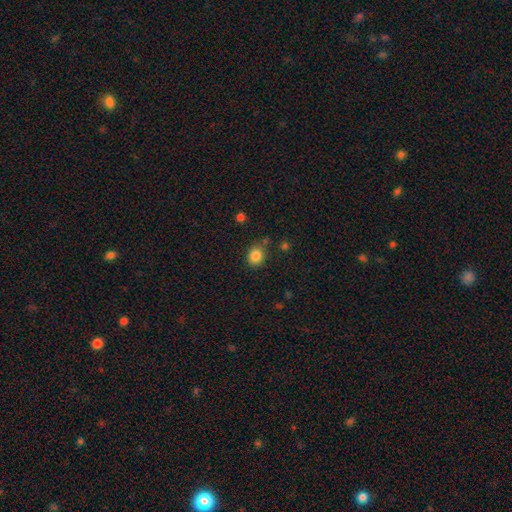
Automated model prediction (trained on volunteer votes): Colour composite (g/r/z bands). It shows a smooth galaxy with no disk features (85%) that is round (66%). Merging: none (79%).